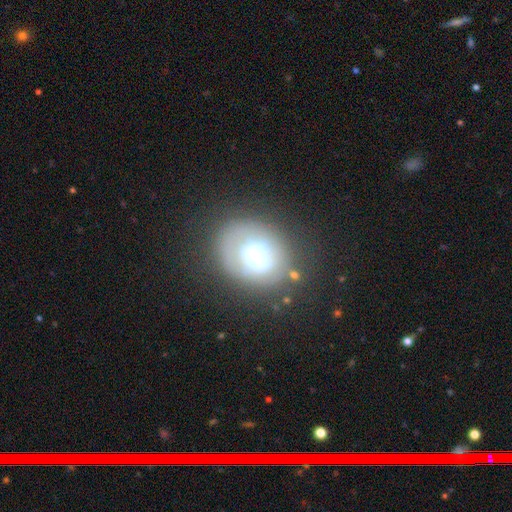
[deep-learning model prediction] This appears to be a featured or disk galaxy (52%) with no bar (69%), no spiral arms (52%) and a large central bulge (38%). Merging: none (52%).